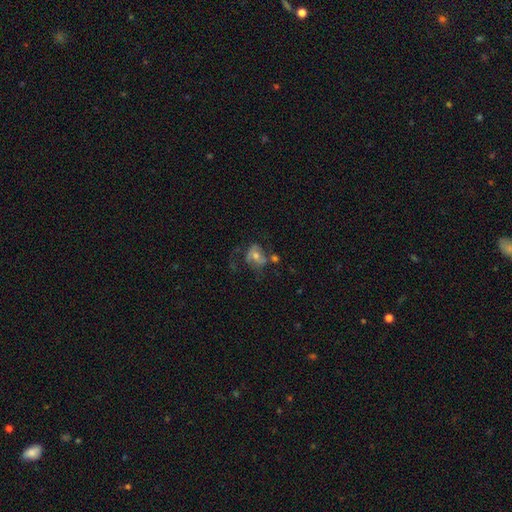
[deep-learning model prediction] This appears to be a featured or disk galaxy (52%) with no bar (53%), spiral arms (66%) and a moderate central bulge (63%). Merging: none (37%).